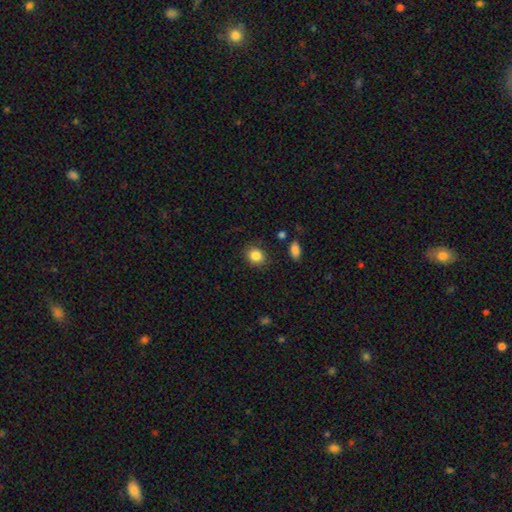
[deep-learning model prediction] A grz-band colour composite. It shows a smooth galaxy with no disk features (85%) that is round (64%). Merging: none (86%).